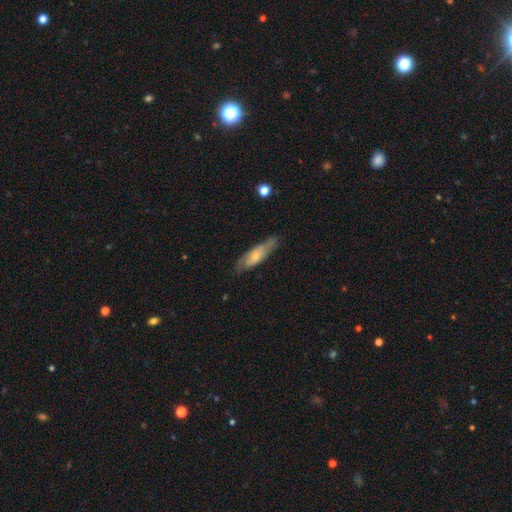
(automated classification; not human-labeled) This is possibly a smooth galaxy (48%). Merging: likely none (70%).